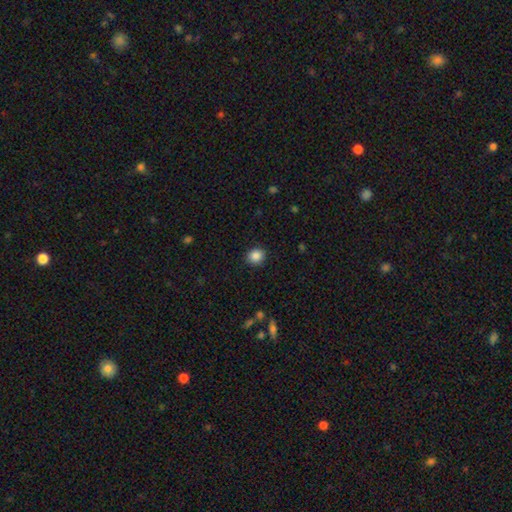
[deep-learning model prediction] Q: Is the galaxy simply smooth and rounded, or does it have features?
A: smooth — 87%.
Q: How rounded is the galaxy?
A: round — 72%.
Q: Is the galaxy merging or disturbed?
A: none — 89%.